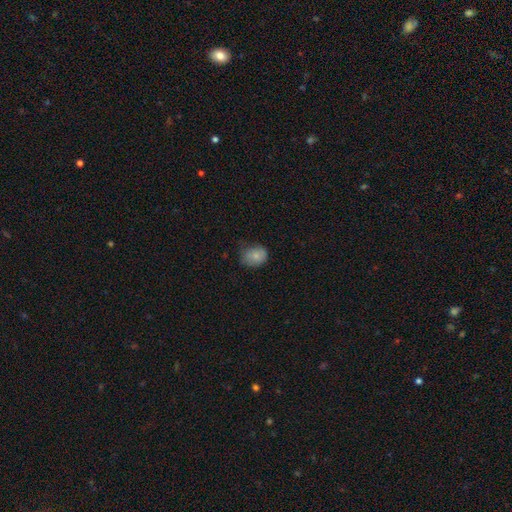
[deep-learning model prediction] Smooth or featured? Predicted: smooth (p=0.81). How rounded? Predicted: in between (p=0.53). Merging? Predicted: none (p=0.56).